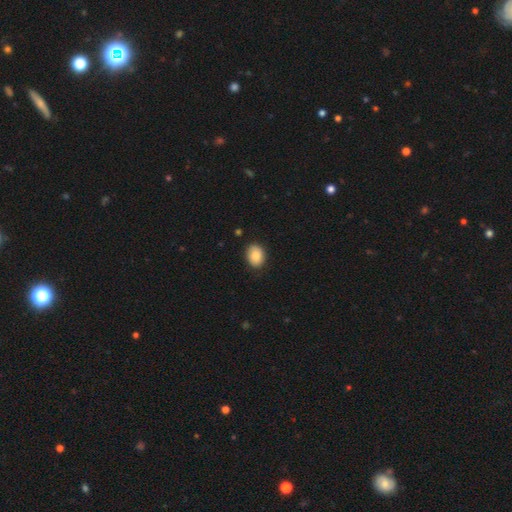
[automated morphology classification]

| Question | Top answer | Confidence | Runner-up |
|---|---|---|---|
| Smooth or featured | smooth | 86% | star or artifact (7%) |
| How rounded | in between | 66% | round (33%) |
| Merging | none | 83% | minor disturbance (13%) |